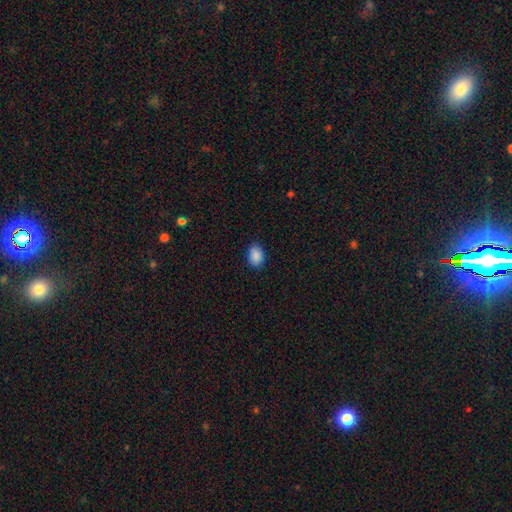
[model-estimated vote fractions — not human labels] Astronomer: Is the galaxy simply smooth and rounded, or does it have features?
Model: smooth — 89%.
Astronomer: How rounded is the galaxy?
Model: in between — 76%.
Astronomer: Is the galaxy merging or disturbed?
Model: none — 84%.